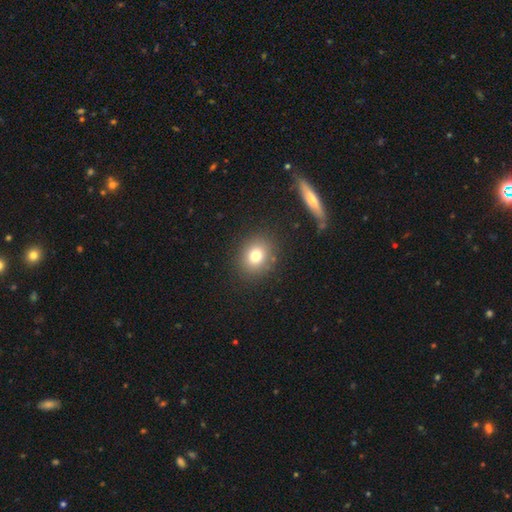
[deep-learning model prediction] A smooth galaxy with no disk features (77%) that is round (67%). Merging: none (86%).